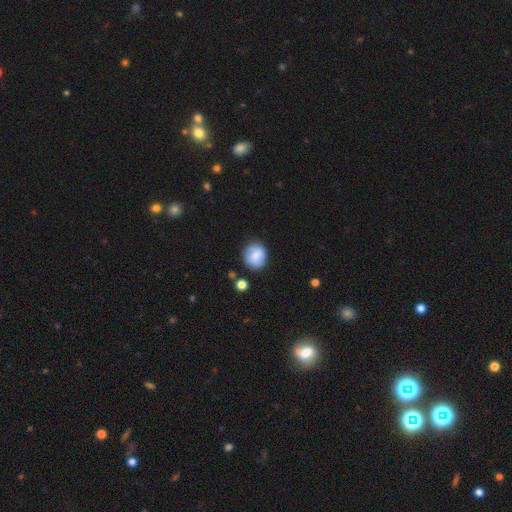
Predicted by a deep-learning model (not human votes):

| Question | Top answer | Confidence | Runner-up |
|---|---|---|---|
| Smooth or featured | smooth | 79% | featured or disk (14%) |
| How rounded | round | 86% | in between (13%) |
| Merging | none | 81% | minor disturbance (12%) |